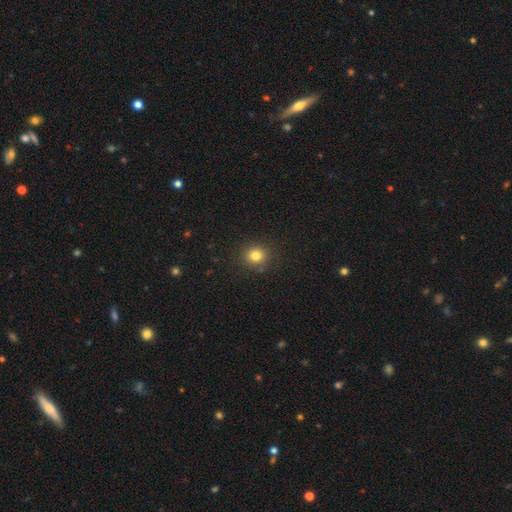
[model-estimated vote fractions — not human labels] Smooth or featured?
  - smooth: 81% *
  - star or artifact: 13%
  - featured or disk: 6%
How rounded?
  - round: 84% *
  - in between: 15%
  - cigar-shaped: 1%
Merging?
  - none: 87% *
  - minor disturbance: 8%
  - major disturbance: 3%
  - merger: 2%